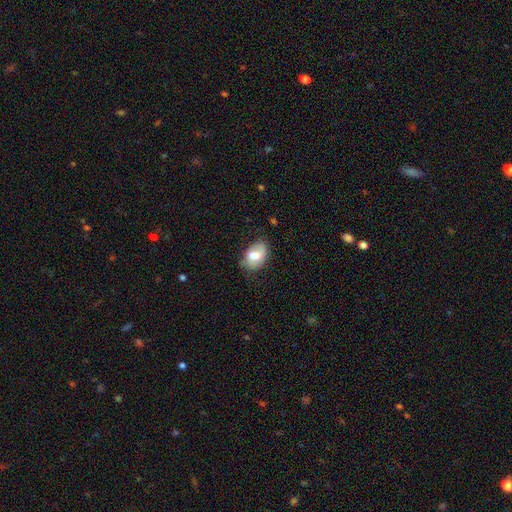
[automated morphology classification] smooth_or_featured: smooth (p=0.65) [alt: featured or disk p=0.27]
how_rounded: in between (p=0.83) [alt: round p=0.15]
merging: none (p=0.57) [alt: minor disturbance p=0.29]